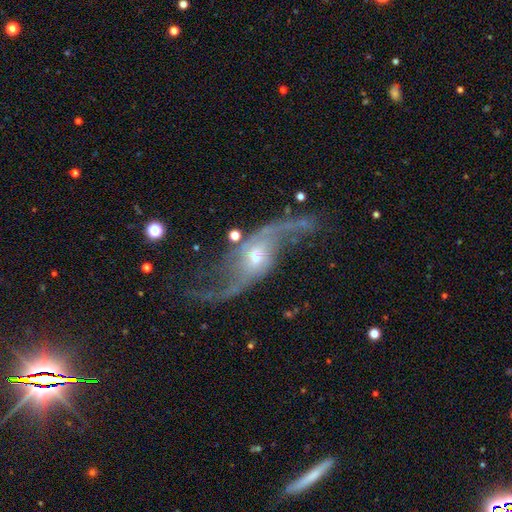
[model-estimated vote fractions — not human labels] The model was most divided on "bulge size" (2-way tie): moderate: 47%, small: 47%, large: 3%, none: 2%, dominant: 1%. Remaining: spiral arms — yes (96%); edge-on disk — no (94%); spiral arm count — 2 (93%); smooth or featured — featured or disk (89%); spiral winding — loose (84%); merging — none (62%); bar — no (48%).